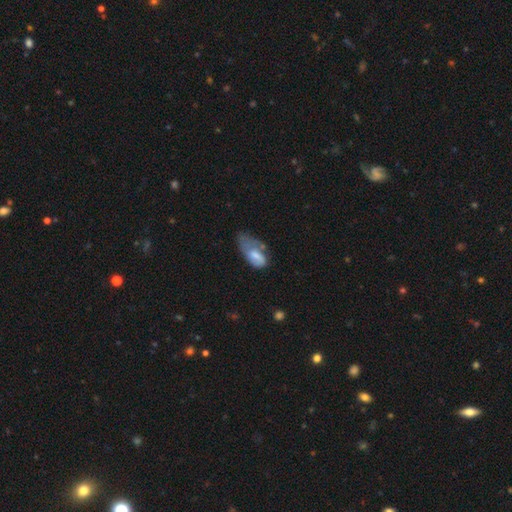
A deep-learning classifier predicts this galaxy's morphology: This appears to be a smooth galaxy with no disk features (59%) that is in between round and cigar-shaped (90%). Merging: major disturbance (42%).